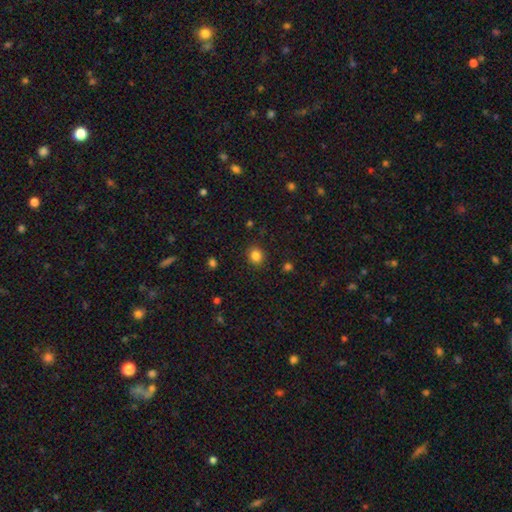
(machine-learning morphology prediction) This appears to be a smooth galaxy with no disk features (84%) that is round (78%). Merging: none (89%).